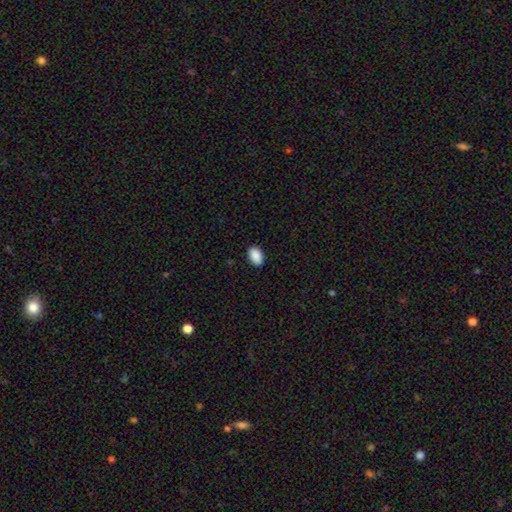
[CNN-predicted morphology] The model was most divided on "merging": none: 89%, minor disturbance: 8%, major disturbance: 2%, merger: 1%. More confident: smooth or featured — smooth (90%); how rounded — in between (90%).